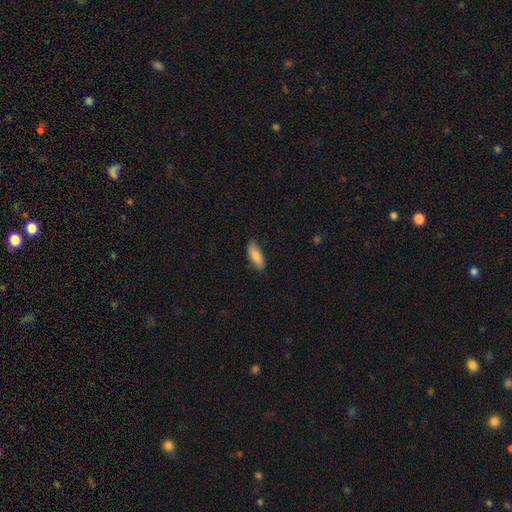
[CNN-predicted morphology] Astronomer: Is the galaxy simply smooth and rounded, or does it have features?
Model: smooth — 79%.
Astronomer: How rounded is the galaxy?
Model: in between — 67%.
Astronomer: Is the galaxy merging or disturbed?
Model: none — 82%.